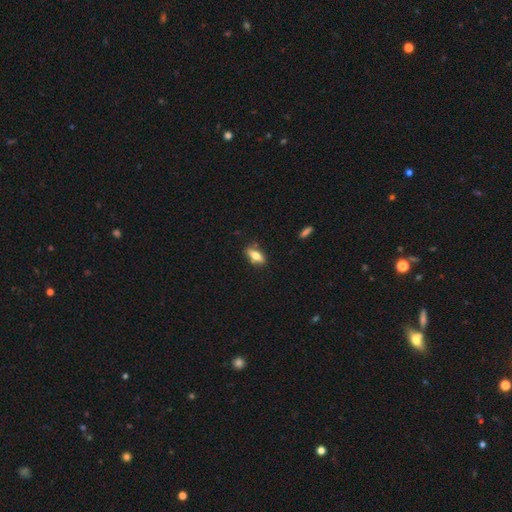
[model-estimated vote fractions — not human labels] Q: Smooth or featured?
A: smooth (67%); runner-up: featured or disk (26%)
Q: How rounded?
A: in between (73%); runner-up: cigar-shaped (24%)
Q: Merging?
A: none (78%); runner-up: minor disturbance (15%)